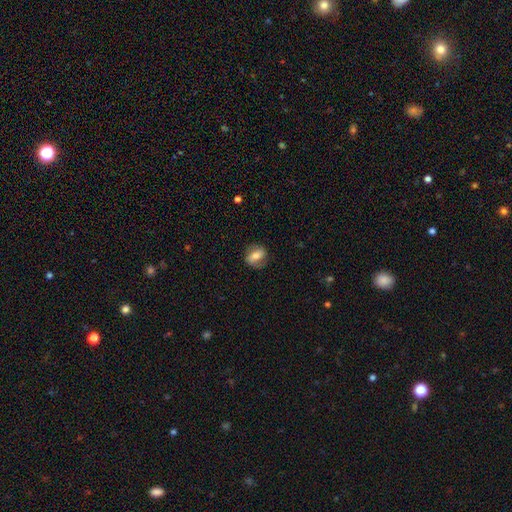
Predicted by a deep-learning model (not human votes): Smooth or featured: smooth — 52% (featured or disk — 40%)
How rounded: in between — 61% (round — 35%)
Merging: none — 78% (minor disturbance — 15%)